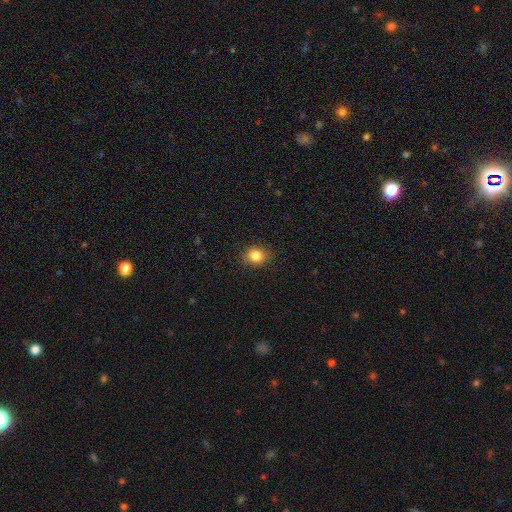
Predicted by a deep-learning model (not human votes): Smooth or featured? Predicted: smooth (p=0.84). How rounded? Predicted: round (p=0.69). Merging? Predicted: none (p=0.86).